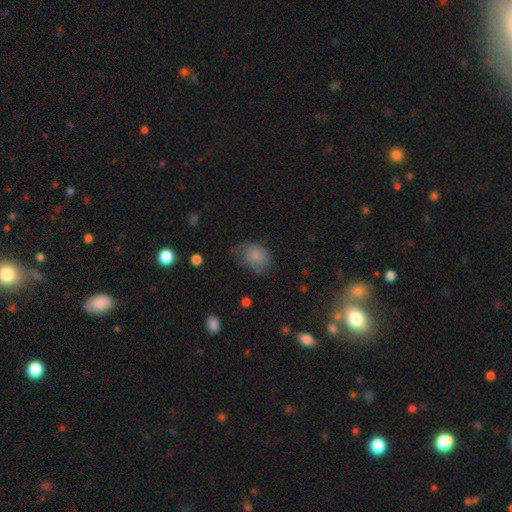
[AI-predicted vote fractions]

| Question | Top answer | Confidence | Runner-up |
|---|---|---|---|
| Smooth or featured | smooth | 72% | featured or disk (18%) |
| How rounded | in between | 67% | round (32%) |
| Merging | none | 48% | minor disturbance (33%) |